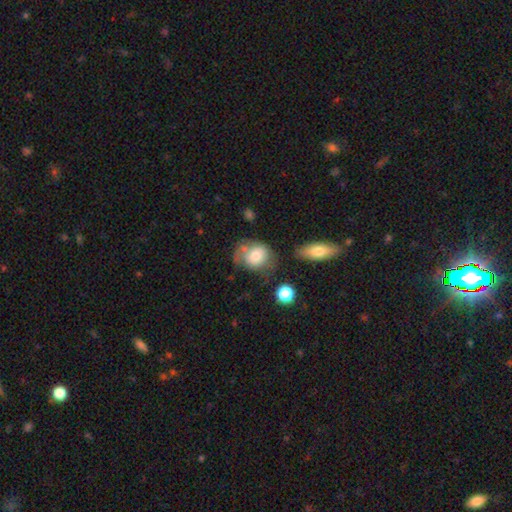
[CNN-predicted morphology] smooth_or_featured: smooth (p=0.69) [alt: featured or disk p=0.23]
how_rounded: round (p=0.62) [alt: in between p=0.37]
merging: none (p=0.41) [alt: minor disturbance p=0.28]